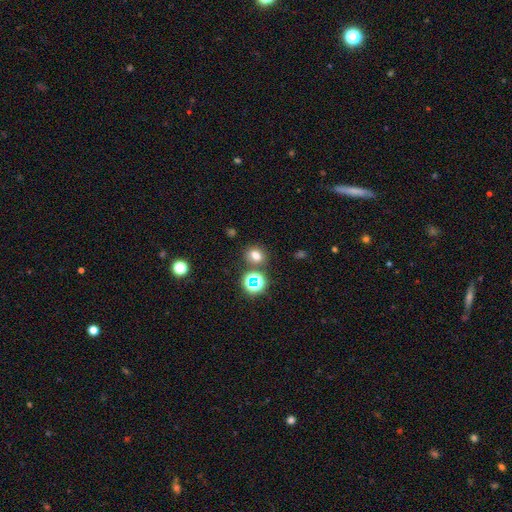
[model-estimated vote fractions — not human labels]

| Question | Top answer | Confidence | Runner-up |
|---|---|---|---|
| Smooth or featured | smooth | 68% | star or artifact (24%) |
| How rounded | round | 53% | in between (46%) |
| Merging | none | 74% | merger (12%) |